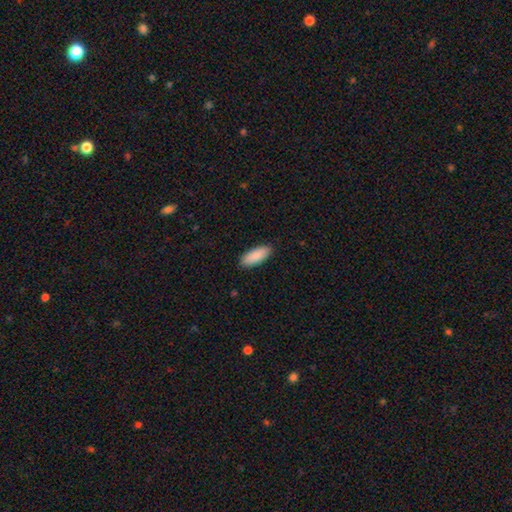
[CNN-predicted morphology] smooth_or_featured: smooth (p=0.90) [alt: star or artifact p=0.05]
how_rounded: in between (p=0.76) [alt: cigar-shaped p=0.22]
merging: none (p=0.90) [alt: minor disturbance p=0.08]